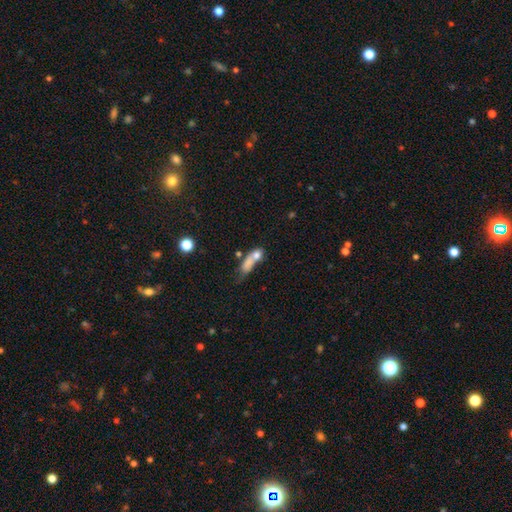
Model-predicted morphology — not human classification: smooth 68%, featured or disk 21%, star or artifact 11%. Down the decision tree: how rounded — in between (56%); merging — merger (45%).